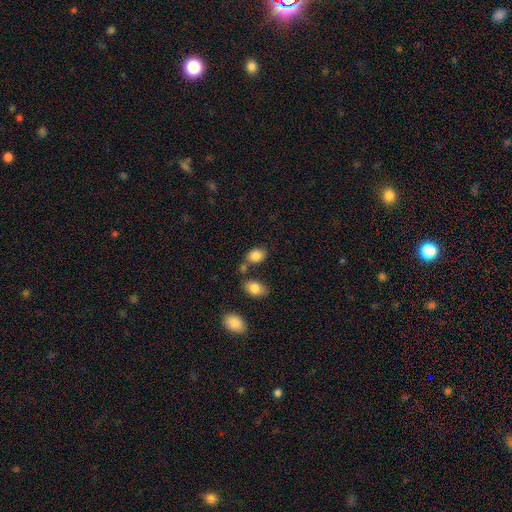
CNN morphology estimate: smooth_or_featured: smooth (p=0.85) [alt: star or artifact p=0.09]
how_rounded: in between (p=0.77) [alt: round p=0.21]
merging: none (p=0.65) [alt: merger p=0.17]